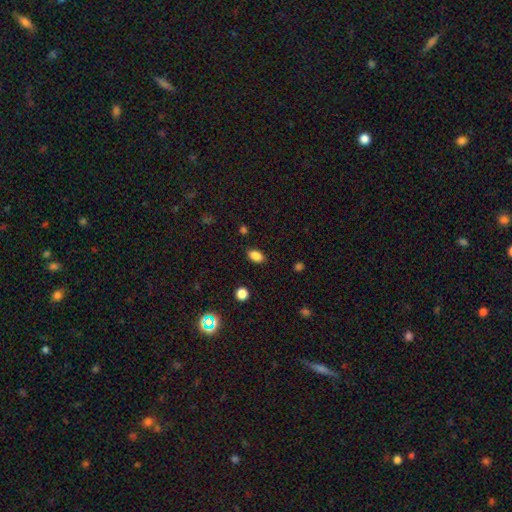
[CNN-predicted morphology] This appears to be a smooth galaxy with no disk features (85%) that is in between round and cigar-shaped (89%). Merging: none (86%).